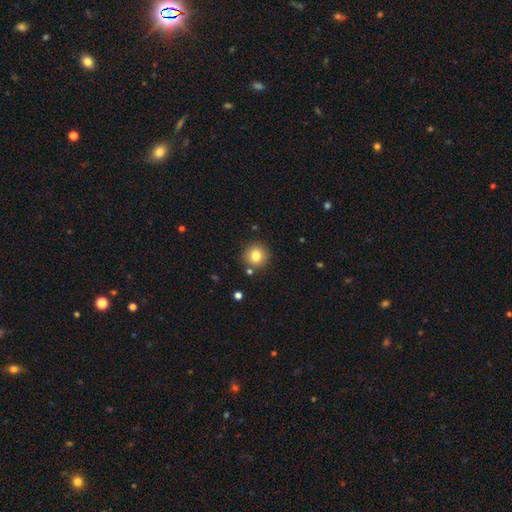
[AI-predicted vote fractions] This is clearly a smooth galaxy (81%). How rounded: clearly round (93%). Merging: clearly none (85%).